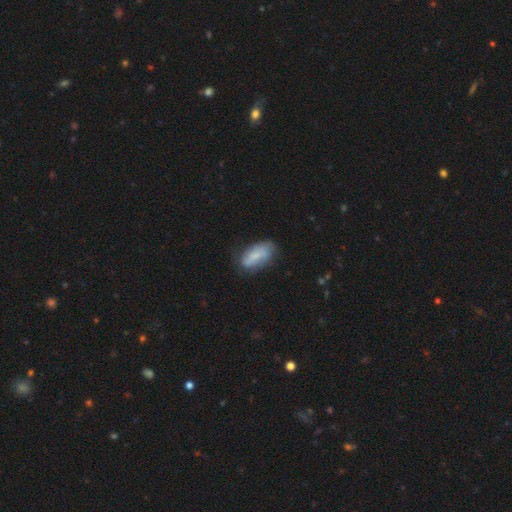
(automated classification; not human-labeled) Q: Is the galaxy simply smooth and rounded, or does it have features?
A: smooth — 68%.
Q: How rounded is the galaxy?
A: in between — 87%.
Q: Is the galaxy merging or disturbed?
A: none — 57%.